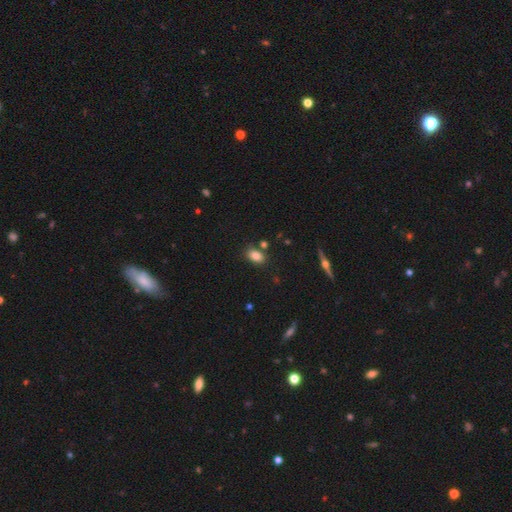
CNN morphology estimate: The model was most divided on "merging": none: 78%, minor disturbance: 11%, merger: 8%, major disturbance: 3%. More confident: how rounded — in between (85%); smooth or featured — smooth (82%).